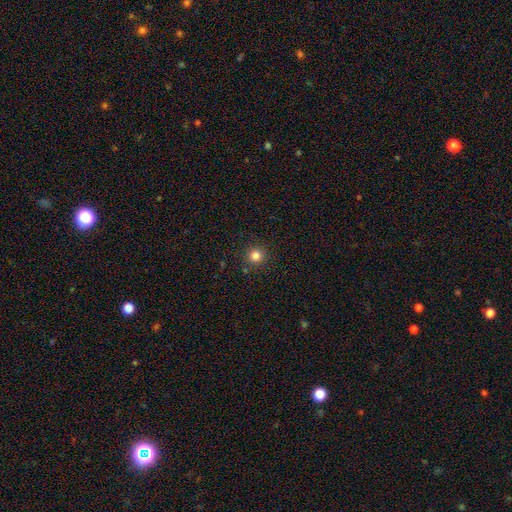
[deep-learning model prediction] A smooth galaxy with no disk features (82%) that is round (95%). Merging: none (90%).